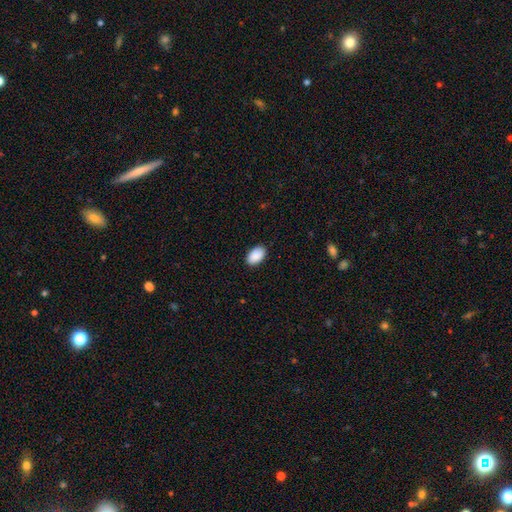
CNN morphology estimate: A smooth galaxy with no disk features (91%) that is in between round and cigar-shaped (94%). Merging: none (89%).